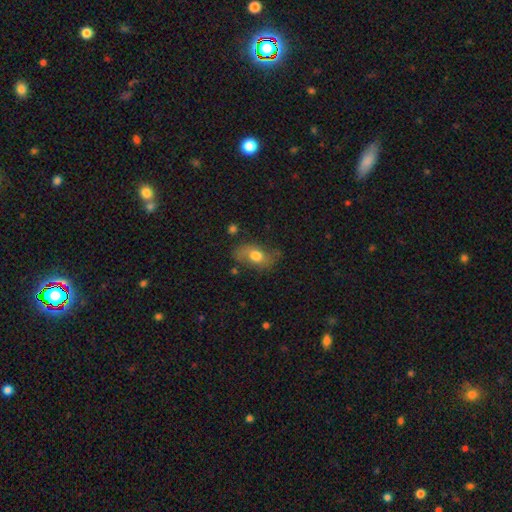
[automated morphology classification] The model was most divided on "smooth or featured": smooth: 60%, featured or disk: 32%, star or artifact: 8%. More confident: how rounded — in between (81%); merging — none (58%).